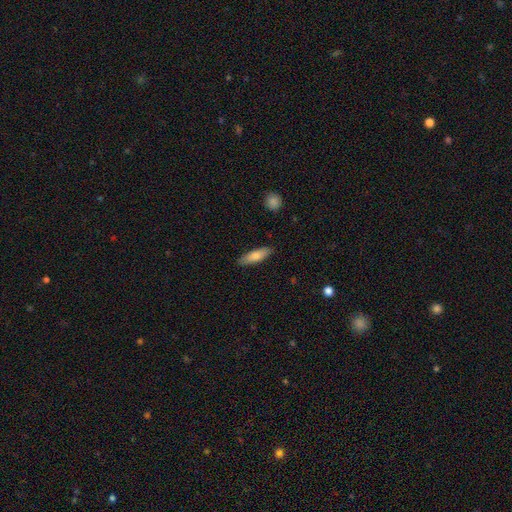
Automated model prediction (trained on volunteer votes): A smooth galaxy with no disk features (75%) that is cigar-shaped (53%). Merging: none (87%).